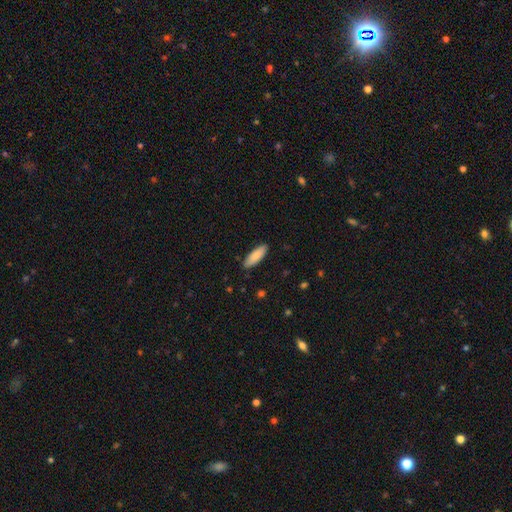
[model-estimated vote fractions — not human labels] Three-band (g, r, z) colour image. It shows a smooth galaxy with no disk features (85%) that is in between round and cigar-shaped (59%). Merging: none (88%).